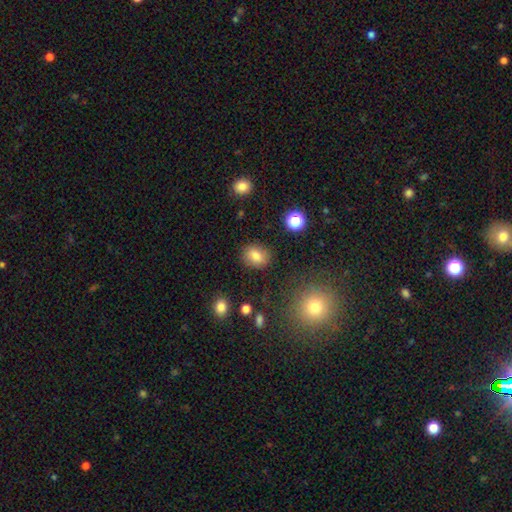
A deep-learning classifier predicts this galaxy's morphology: A smooth galaxy with no disk features (79%) that is round (52%). Merging: none (83%).